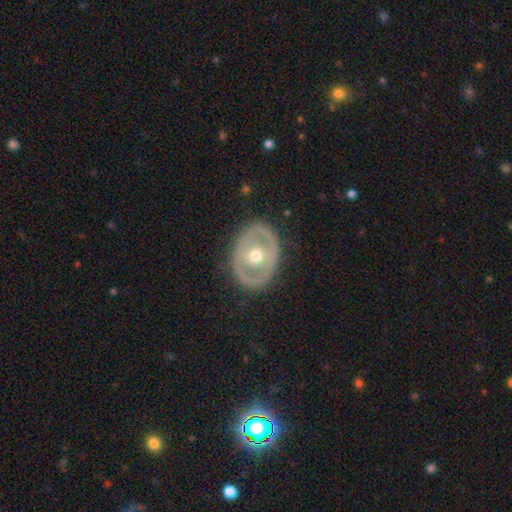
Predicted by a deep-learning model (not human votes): Overall: featured or disk (64%; smooth 32%). Edge-on disk: no (92%). Bar: no (76%). Spiral arms: no (84%). Bulge size: moderate (77%). Merging: none (82%).